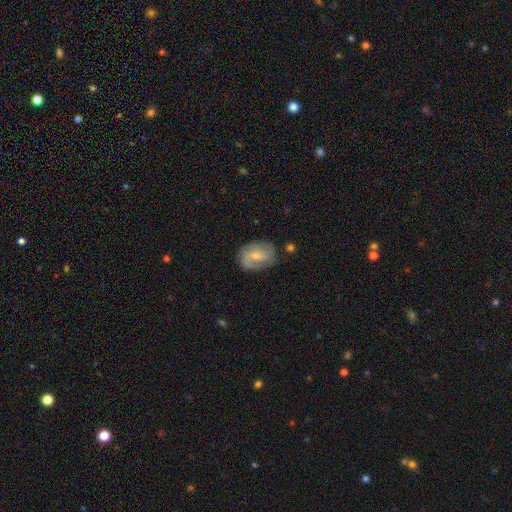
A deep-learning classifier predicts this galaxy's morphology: smooth_or_featured: featured or disk (p=0.61) [alt: smooth p=0.32]
disk_edge_on: no (p=0.97) [alt: yes p=0.03]
bar: weak (p=0.50) [alt: no p=0.39]
has_spiral_arms: yes (p=0.89) [alt: no p=0.11]
spiral_winding: medium (p=0.44) [alt: loose p=0.33]
spiral_arm_count: 2 (p=0.67) [alt: can't tell p=0.14]
bulge_size: small (p=0.51) [alt: moderate p=0.40]
merging: none (p=0.71) [alt: minor disturbance p=0.20]